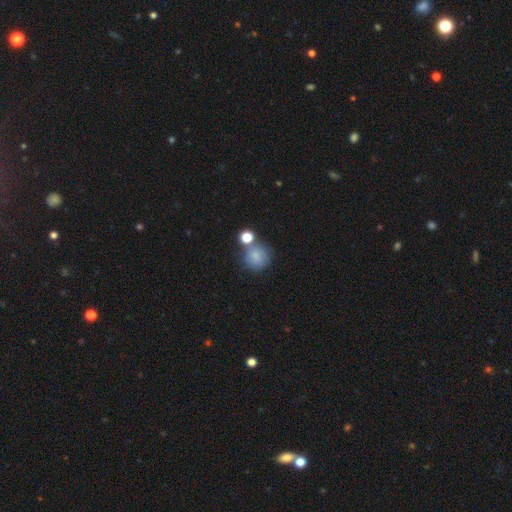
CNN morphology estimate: Q: Smooth or featured?
A: smooth (77%); runner-up: featured or disk (12%)
Q: How rounded?
A: round (89%); runner-up: in between (10%)
Q: Merging?
A: none (57%); runner-up: merger (23%)